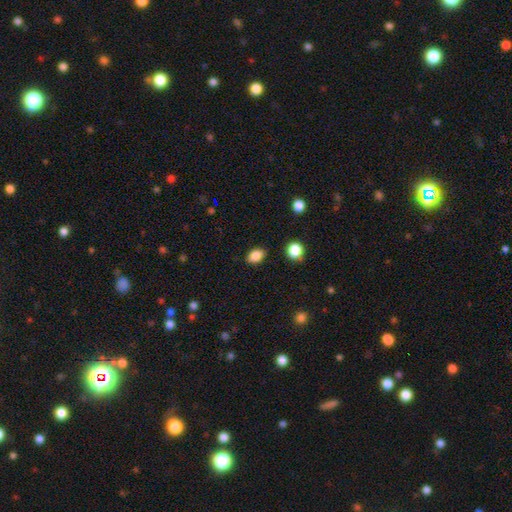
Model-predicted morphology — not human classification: This is clearly a smooth galaxy (86%). How rounded: clearly in between (80%). Merging: clearly none (86%).